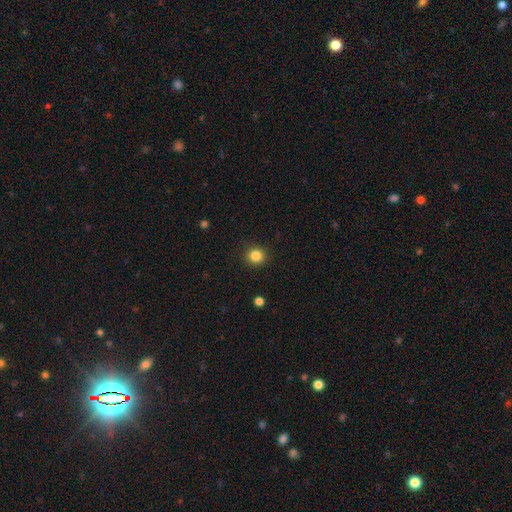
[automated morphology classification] This appears to be a smooth galaxy with no disk features (84%) that is round (87%). Merging: none (90%).